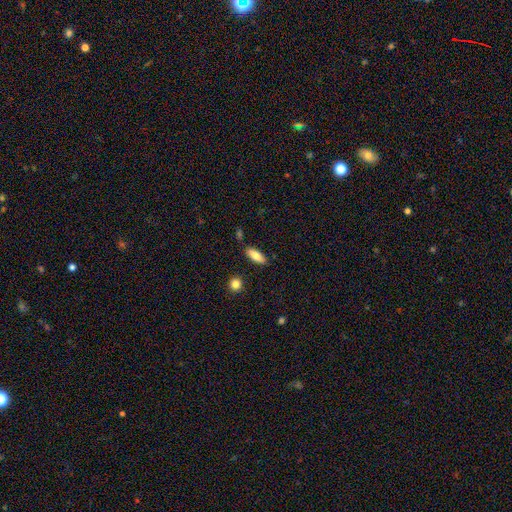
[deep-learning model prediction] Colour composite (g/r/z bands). It shows a smooth galaxy with no disk features (81%) that is in between round and cigar-shaped (70%). Merging: none (83%).